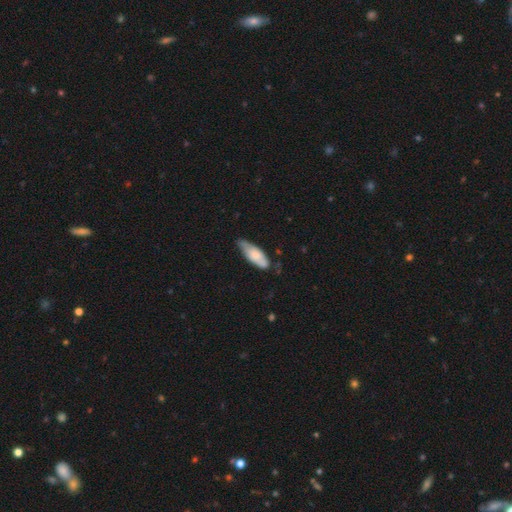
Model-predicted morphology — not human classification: This appears to be a smooth galaxy with no disk features (69%) that is in between round and cigar-shaped (71%). Merging: none (52%).